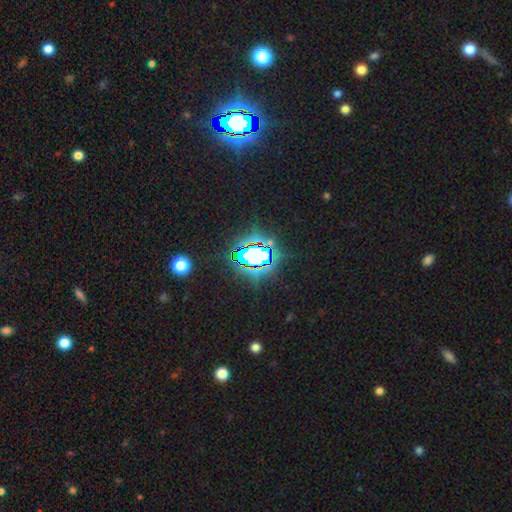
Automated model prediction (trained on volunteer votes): Smooth or featured?
  - star or artifact: 72% *
  - smooth: 17%
  - featured or disk: 11%